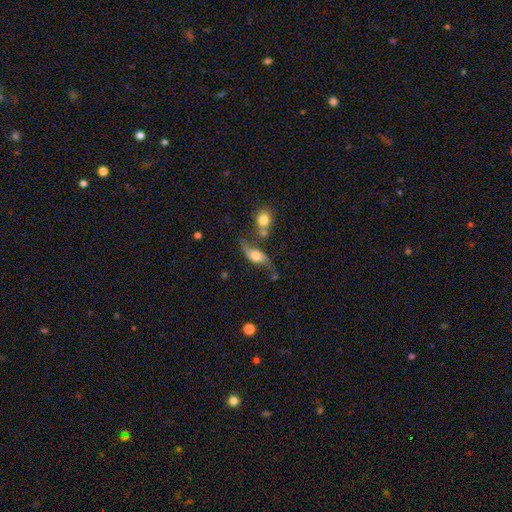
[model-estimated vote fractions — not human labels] Smooth or featured?
  - featured or disk: 62% *
  - smooth: 30%
  - star or artifact: 8%
Edge-on disk?
  - no: 82% *
  - yes: 18%
Bar?
  - no: 64% *
  - weak: 28%
  - strong: 8%
Spiral arms?
  - yes: 89% *
  - no: 11%
Bulge size?
  - moderate: 40% *
  - large: 33%
  - small: 15%
  - none: 6%
  - dominant: 6%
Merging?
  - none: 52% *
  - minor disturbance: 22%
  - merger: 14%
  - major disturbance: 13%